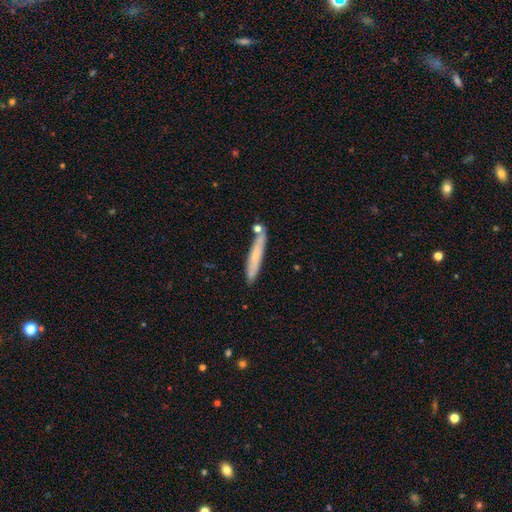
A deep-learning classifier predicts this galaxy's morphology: Q: Smooth or featured?
A: smooth (58%); runner-up: featured or disk (35%)
Q: How rounded?
A: cigar-shaped (93%); runner-up: in between (5%)
Q: Merging?
A: none (77%); runner-up: minor disturbance (13%)